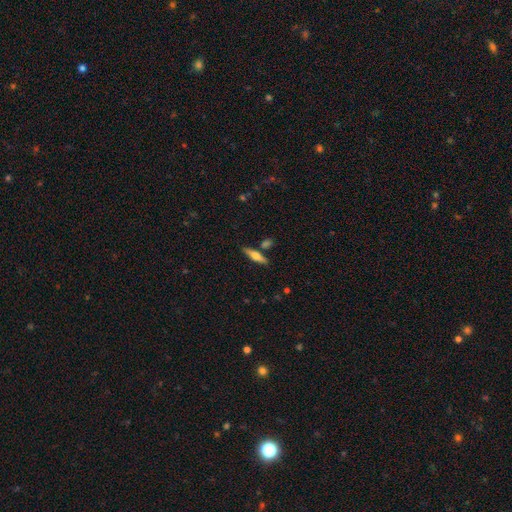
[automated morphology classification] Overall: smooth (49%; featured or disk 45%). Merging: none (81%).